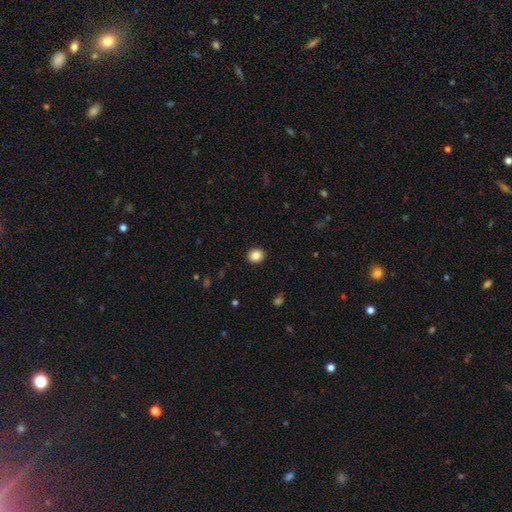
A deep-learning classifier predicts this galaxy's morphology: Smooth or featured? smooth (87%)
How rounded? round (68%)
Merging? none (91%)